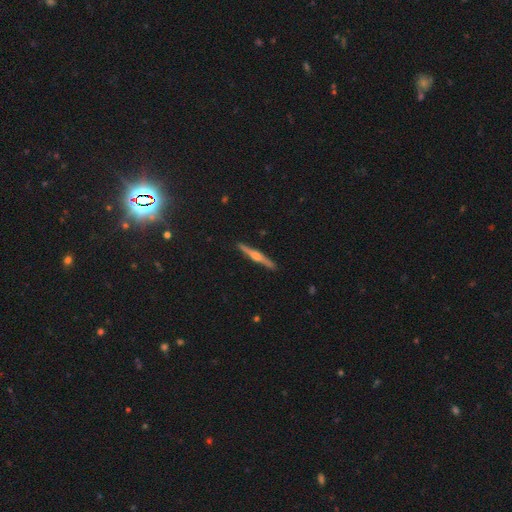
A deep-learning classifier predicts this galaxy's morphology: A featured or disk galaxy (79%) viewed edge-on (98%) with a rounded central bulge (87%). Merging: none (92%).